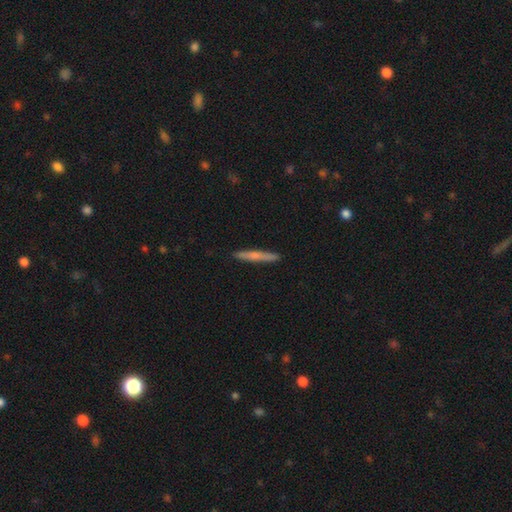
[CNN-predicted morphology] smooth-or-featured: smooth: 62% | featured or disk: 32% | star or artifact: 6%
  how-rounded: cigar-shaped: 96% | in between: 3% | round: 1%
  merging: none: 91% | minor disturbance: 6% | major disturbance: 1% | merger: 1%